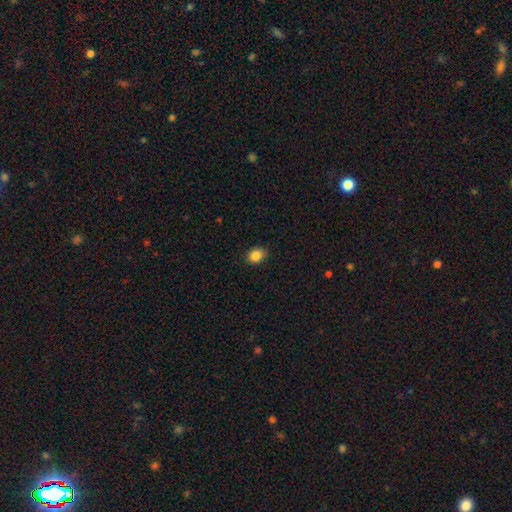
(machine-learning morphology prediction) smooth-or-featured: smooth: 86% | star or artifact: 10% | featured or disk: 5%
  how-rounded: in between: 55% | round: 44% | cigar-shaped: 1%
  merging: none: 87% | minor disturbance: 10% | major disturbance: 2% | merger: 1%